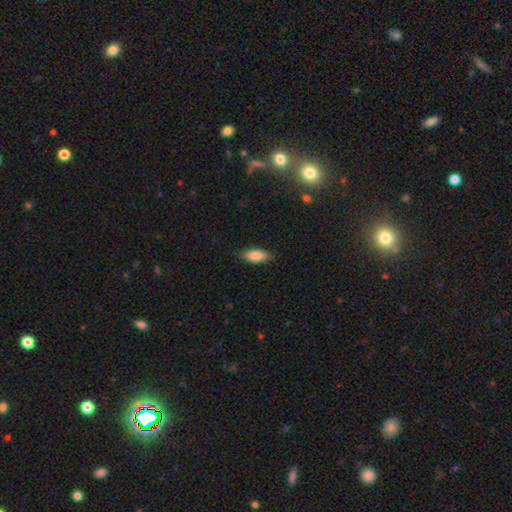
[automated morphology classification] The model was most divided on "how rounded": in between: 83%, cigar-shaped: 15%, round: 2%. More confident: smooth or featured — smooth (86%); merging — none (85%).